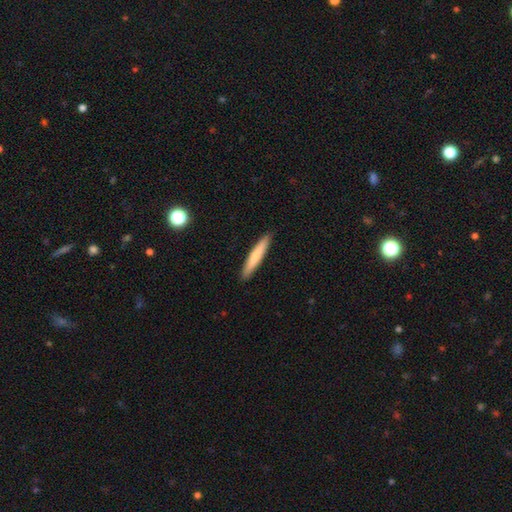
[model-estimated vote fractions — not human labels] smooth 72%, featured or disk 22%, star or artifact 5%. Down the decision tree: how rounded — cigar-shaped (94%); merging — none (91%).